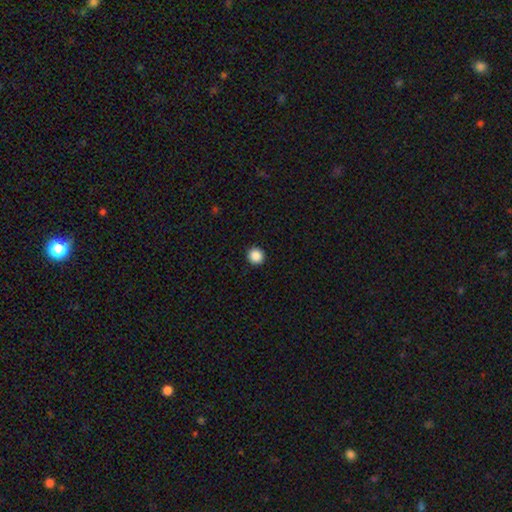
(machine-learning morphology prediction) This is clearly a smooth galaxy (88%). How rounded: clearly round (95%). Merging: clearly none (93%).